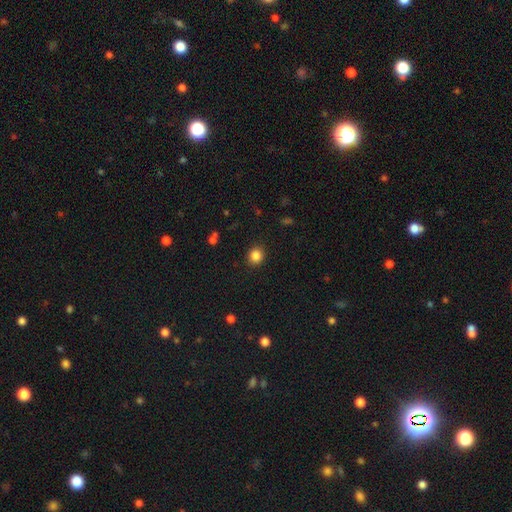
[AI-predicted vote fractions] The model was most divided on "how rounded": round: 84%, in between: 15%, cigar-shaped: 1%. More confident: merging — none (90%); smooth or featured — smooth (85%).